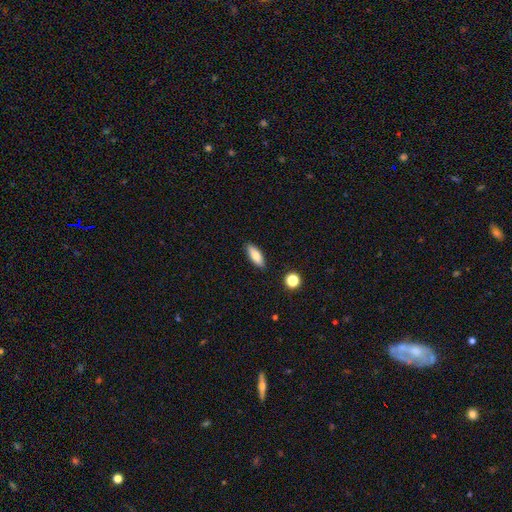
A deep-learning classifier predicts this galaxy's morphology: A smooth galaxy with no disk features (79%) that is in between round and cigar-shaped (72%).

Vote fractions:
- Smooth or featured? smooth: 79% / featured or disk: 14% / star or artifact: 7%
- How rounded? in between: 72% / cigar-shaped: 25% / round: 3%
- Merging? none: 88% / minor disturbance: 9% / major disturbance: 2% / merger: 2%